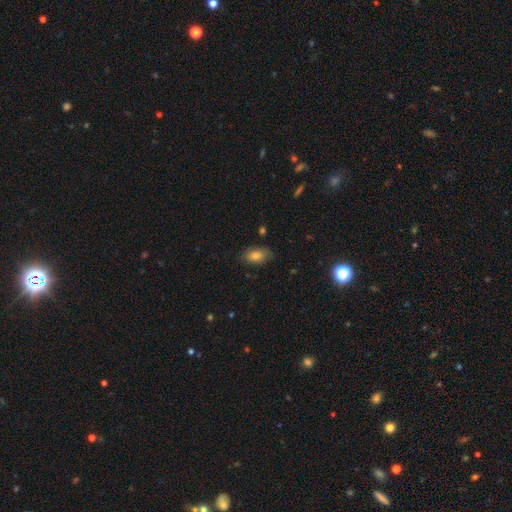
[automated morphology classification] Smooth or featured? Predicted: smooth (p=0.74). How rounded? Predicted: in between (p=0.89). Merging? Predicted: none (p=0.75).